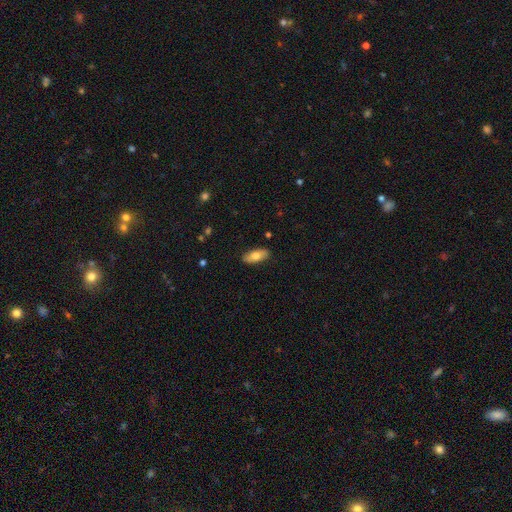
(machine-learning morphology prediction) The model was most divided on "smooth or featured": smooth: 75%, featured or disk: 18%, star or artifact: 6%. More confident: merging — none (88%); how rounded — in between (82%).